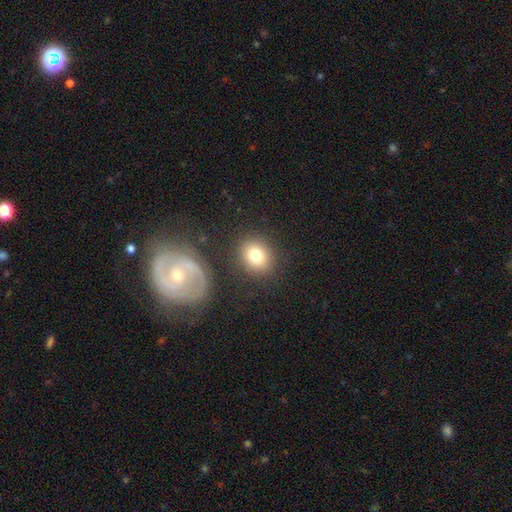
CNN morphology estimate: Smooth or featured: smooth — 80% (featured or disk — 11%)
How rounded: round — 67% (in between — 32%)
Merging: none — 83% (minor disturbance — 9%)